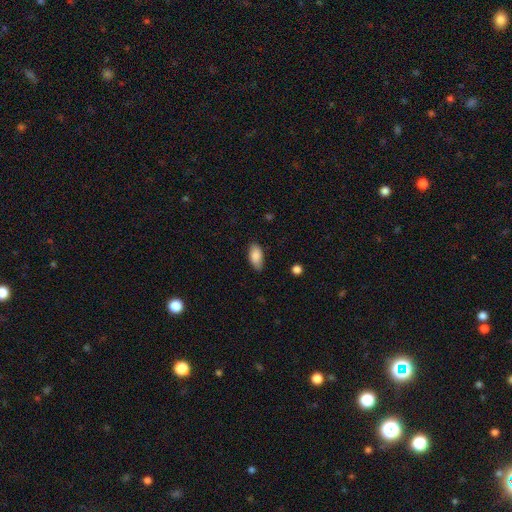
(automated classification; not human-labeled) A smooth galaxy with no disk features (86%) that is in between round and cigar-shaped (92%). Merging: none (82%).